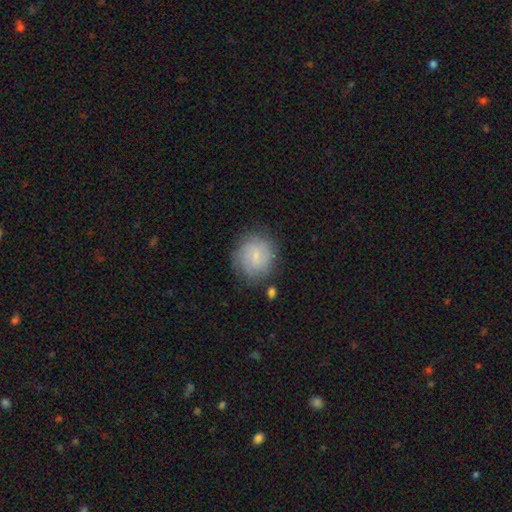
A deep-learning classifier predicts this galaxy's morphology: The model was most divided on "smooth or featured": smooth: 52%, featured or disk: 40%, star or artifact: 8%. More confident: how rounded — round (84%); merging — none (77%).